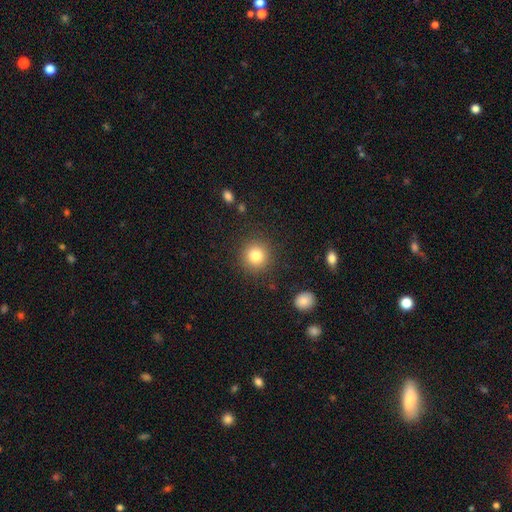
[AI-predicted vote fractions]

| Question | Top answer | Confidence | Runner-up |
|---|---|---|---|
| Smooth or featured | smooth | 81% | star or artifact (11%) |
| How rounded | round | 93% | in between (6%) |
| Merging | none | 89% | minor disturbance (7%) |